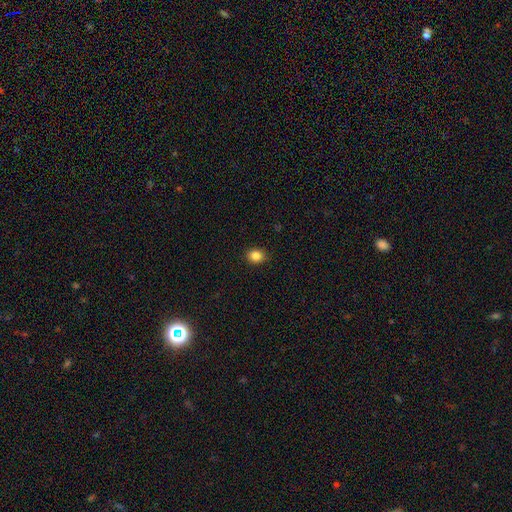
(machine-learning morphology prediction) Smooth or featured? Predicted: smooth (p=0.86). How rounded? Predicted: round (p=0.52). Merging? Predicted: none (p=0.89).